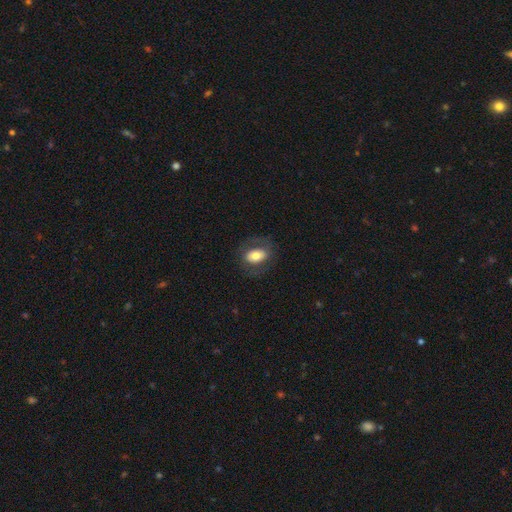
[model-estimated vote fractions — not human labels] Smooth or featured: smooth — 65% (featured or disk — 27%)
How rounded: in between — 78% (round — 20%)
Merging: none — 76% (minor disturbance — 13%)